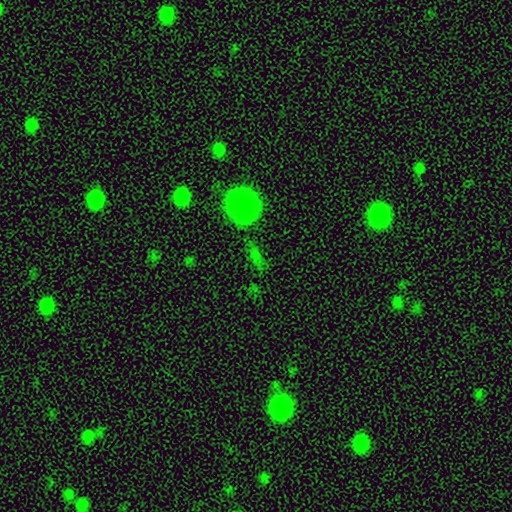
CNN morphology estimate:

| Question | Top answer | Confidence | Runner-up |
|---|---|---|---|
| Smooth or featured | smooth | 60% | star or artifact (32%) |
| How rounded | round | 53% | in between (39%) |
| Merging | none | 75% | minor disturbance (13%) |